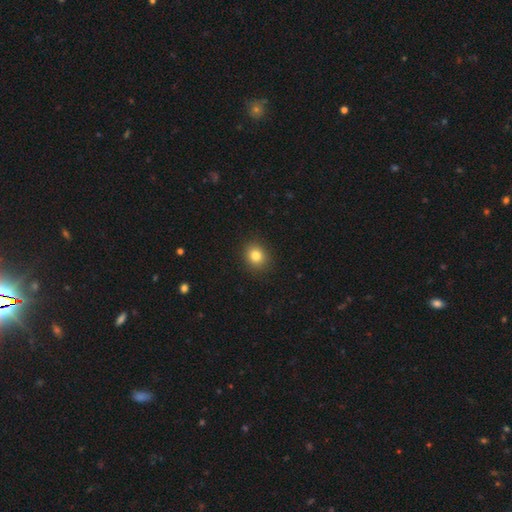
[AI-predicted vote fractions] Smooth or featured? Predicted: smooth (p=0.82). How rounded? Predicted: round (p=0.73). Merging? Predicted: none (p=0.90).